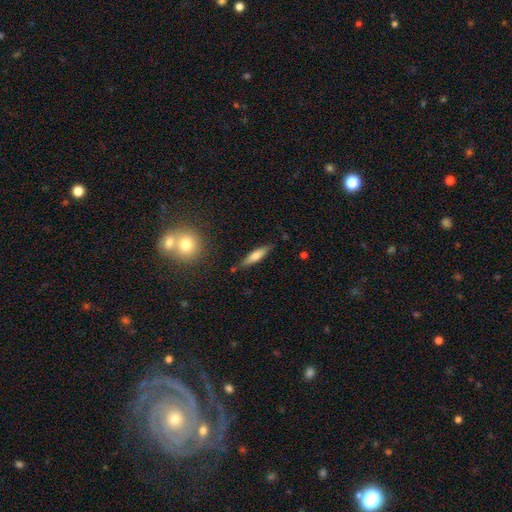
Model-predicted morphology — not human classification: A smooth galaxy with no disk features (63%) that is cigar-shaped (77%).

Vote fractions:
- Smooth or featured? smooth: 63% / featured or disk: 30% / star or artifact: 7%
- How rounded? cigar-shaped: 77% / in between: 21% / round: 2%
- Merging? none: 81% / minor disturbance: 14% / major disturbance: 3% / merger: 3%